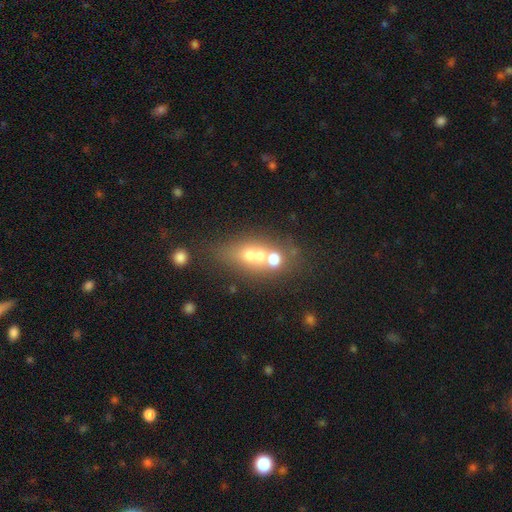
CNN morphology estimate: Smooth or featured? smooth (51%)
How rounded? in between (50%)
Merging? merger (55%)